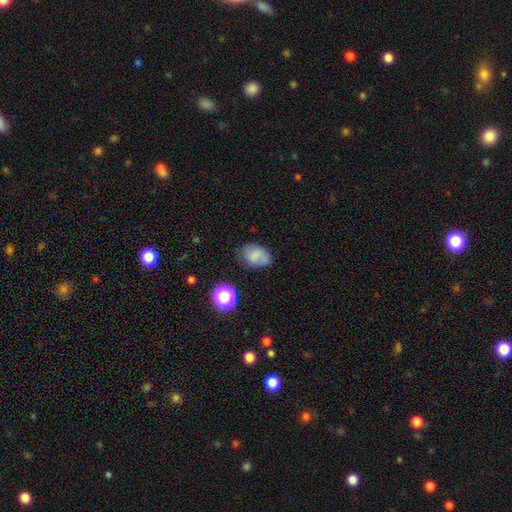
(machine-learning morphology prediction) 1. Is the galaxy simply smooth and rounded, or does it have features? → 71% smooth, 17% featured or disk, 13% star or artifact.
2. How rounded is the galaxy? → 72% in between, 27% round, 1% cigar-shaped.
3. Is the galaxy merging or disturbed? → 58% none, 27% minor disturbance, 10% major disturbance, 4% merger.